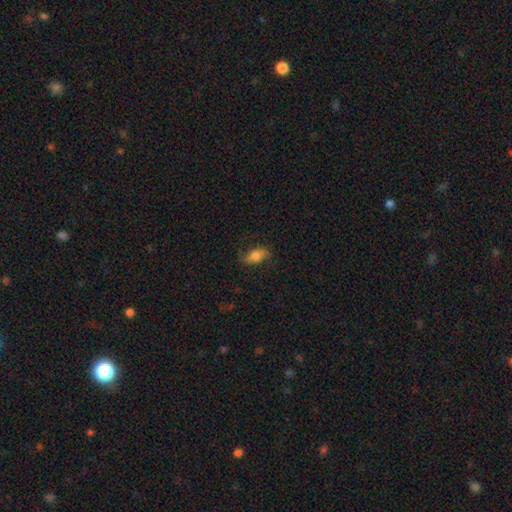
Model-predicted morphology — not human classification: A smooth galaxy with no disk features (65%) that is in between round and cigar-shaped (85%). Merging: none (71%).